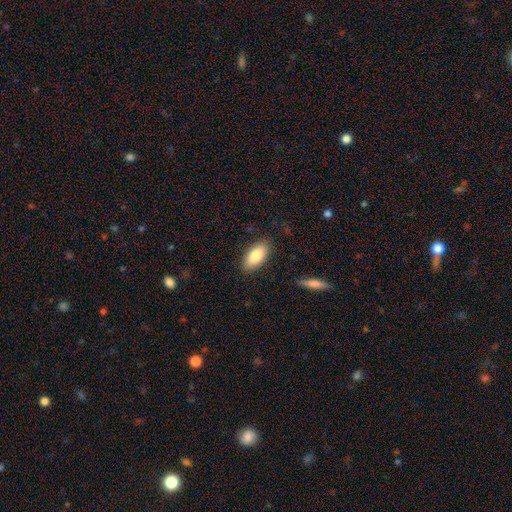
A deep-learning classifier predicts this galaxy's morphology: Q: Smooth or featured?
A: smooth (85%); runner-up: featured or disk (9%)
Q: How rounded?
A: in between (89%); runner-up: cigar-shaped (8%)
Q: Merging?
A: none (85%); runner-up: minor disturbance (11%)